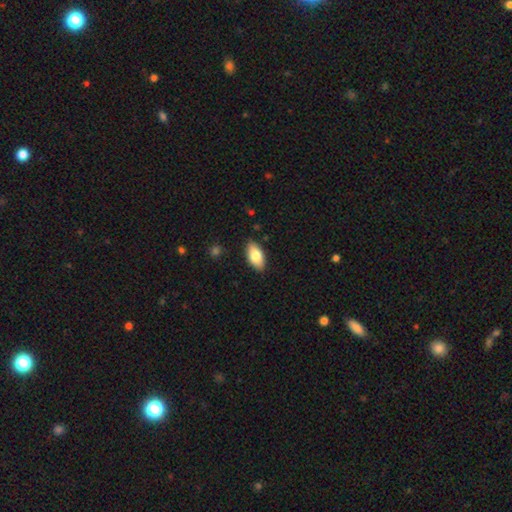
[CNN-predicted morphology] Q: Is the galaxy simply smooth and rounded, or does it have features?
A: smooth — 80%.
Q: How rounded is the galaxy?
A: in between — 92%.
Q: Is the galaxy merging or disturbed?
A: none — 87%.